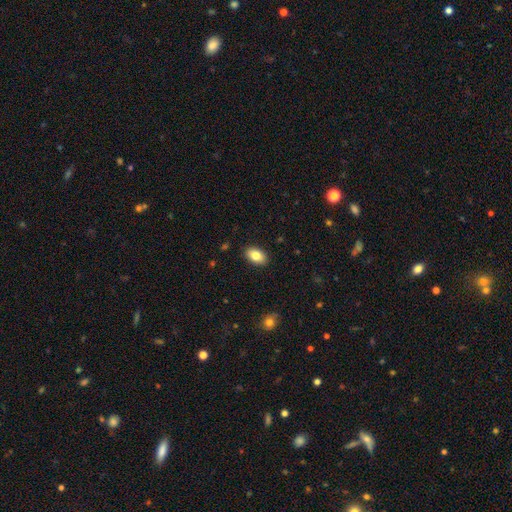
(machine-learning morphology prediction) Q: Smooth or featured?
A: smooth (82%); runner-up: featured or disk (10%)
Q: How rounded?
A: in between (90%); runner-up: round (9%)
Q: Merging?
A: none (89%); runner-up: minor disturbance (8%)